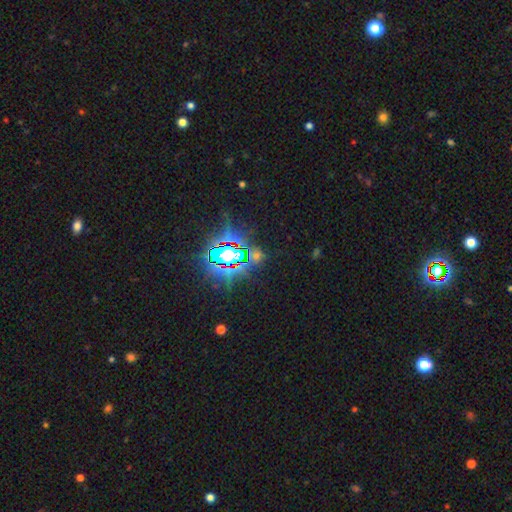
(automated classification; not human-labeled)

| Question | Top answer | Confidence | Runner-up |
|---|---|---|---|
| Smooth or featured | star or artifact | 72% | smooth (18%) |